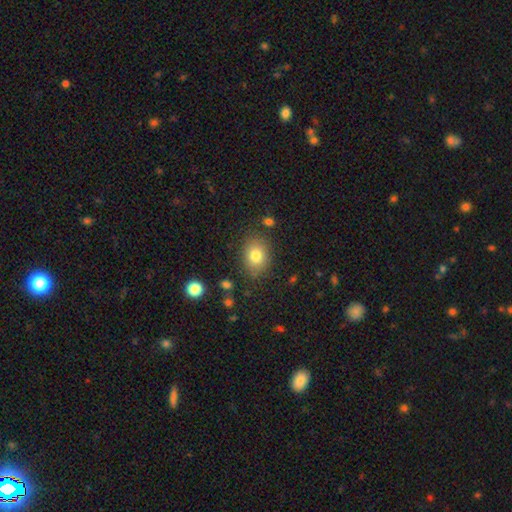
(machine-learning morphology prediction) This is likely a smooth galaxy (79%). How rounded: likely in between (60%). Merging: clearly none (82%).